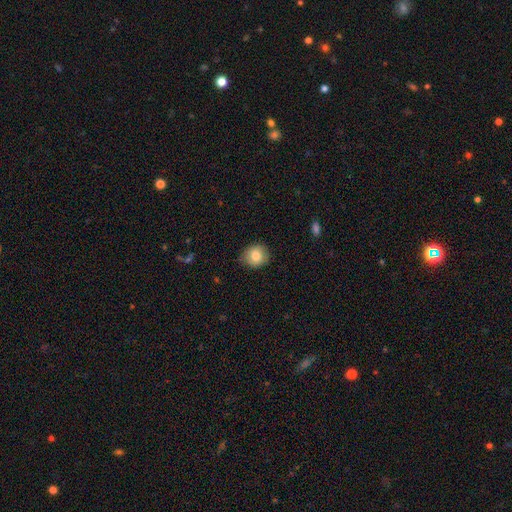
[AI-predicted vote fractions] Overall: smooth (82%). How rounded: round (78%). Merging: none (80%).